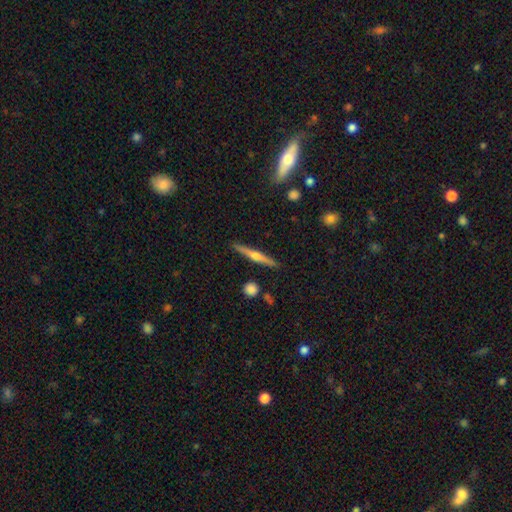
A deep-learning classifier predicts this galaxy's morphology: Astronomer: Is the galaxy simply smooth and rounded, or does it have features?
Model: featured or disk — 69%.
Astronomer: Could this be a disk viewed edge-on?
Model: yes — 98%.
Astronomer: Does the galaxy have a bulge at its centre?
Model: rounded — 89%.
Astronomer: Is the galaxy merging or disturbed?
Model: none — 91%.